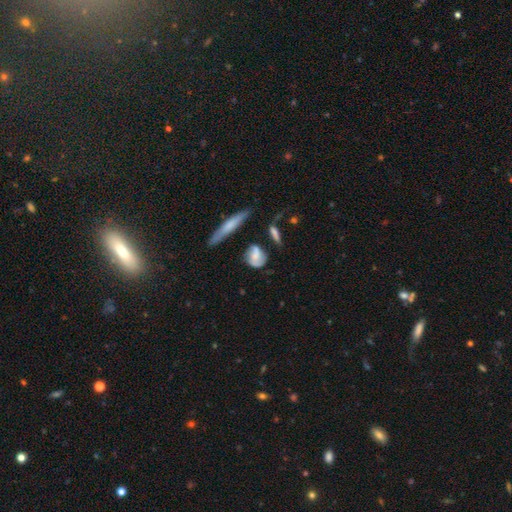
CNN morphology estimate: smooth 54%, featured or disk 39%, star or artifact 7%. Down the decision tree: how rounded — round (47%); merging — none (59%).